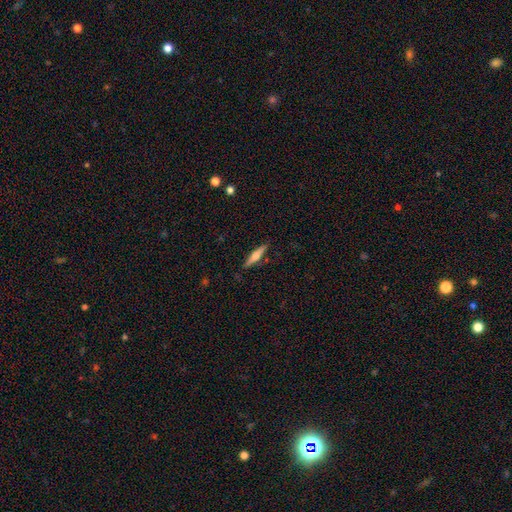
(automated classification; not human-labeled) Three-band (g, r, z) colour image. It shows a featured or disk galaxy (53%) viewed edge-on (96%) with a rounded central bulge (85%). Merging: none (86%).